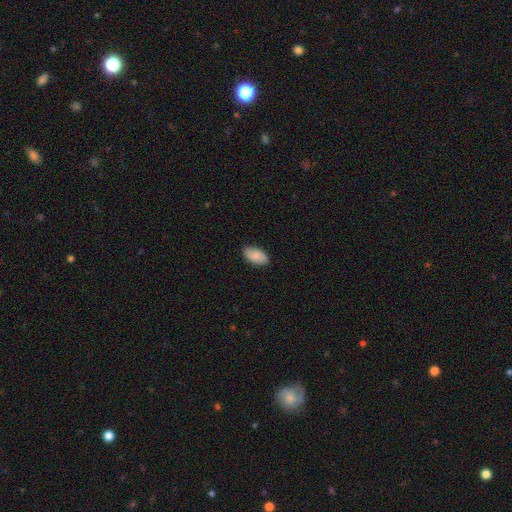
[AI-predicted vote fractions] A smooth galaxy with no disk features (83%) that is in between round and cigar-shaped (95%).

Vote fractions:
- Smooth or featured? smooth: 83% / featured or disk: 11% / star or artifact: 6%
- How rounded? in between: 95% / round: 3% / cigar-shaped: 3%
- Merging? none: 86% / minor disturbance: 11% / major disturbance: 2% / merger: 1%